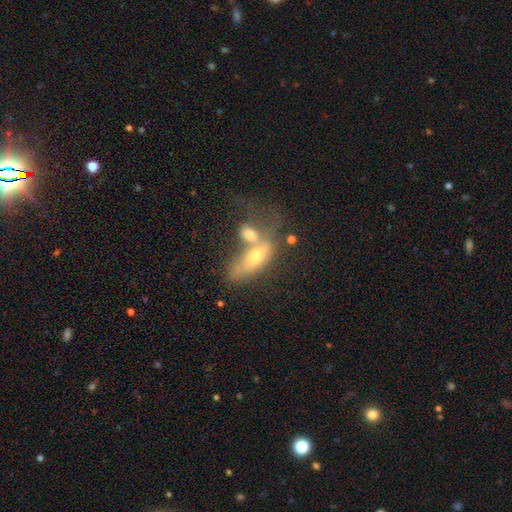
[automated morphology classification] Smooth or featured: smooth — 52% (featured or disk — 40%)
How rounded: in between — 65% (cigar-shaped — 30%)
Merging: merger — 63% (none — 17%)